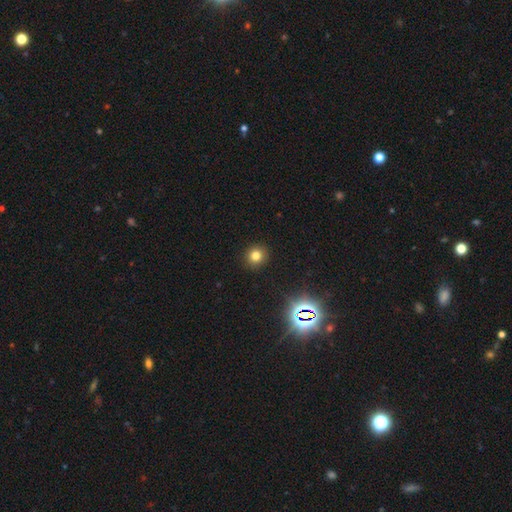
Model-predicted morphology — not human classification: This appears to be a smooth galaxy with no disk features (78%) that is round (90%). Merging: none (92%).